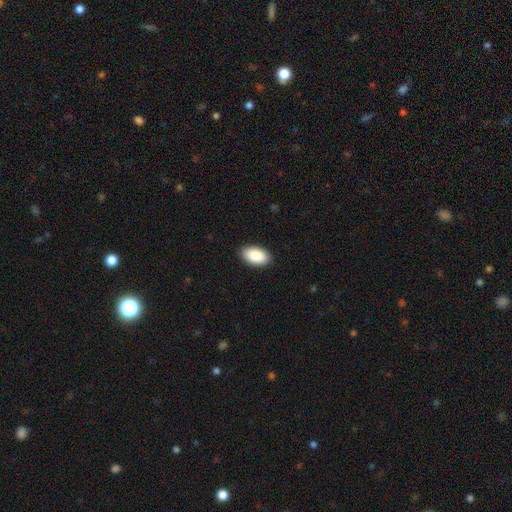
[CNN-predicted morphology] smooth_or_featured: smooth (p=0.90) [alt: star or artifact p=0.06]
how_rounded: in between (p=0.95) [alt: round p=0.03]
merging: none (p=0.89) [alt: minor disturbance p=0.08]